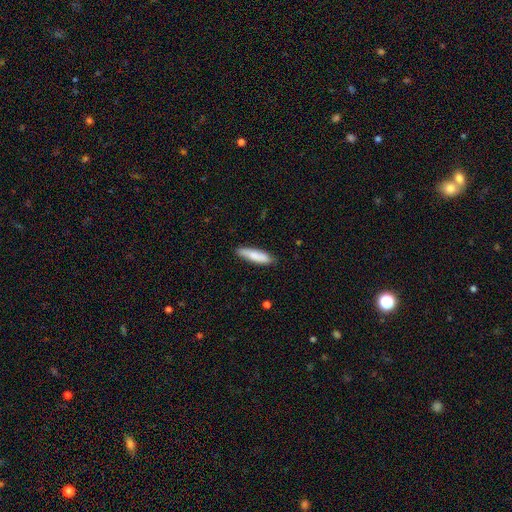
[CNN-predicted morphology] type=smooth (79%); roundness=cigar-shaped (70%); merging=none (84%).